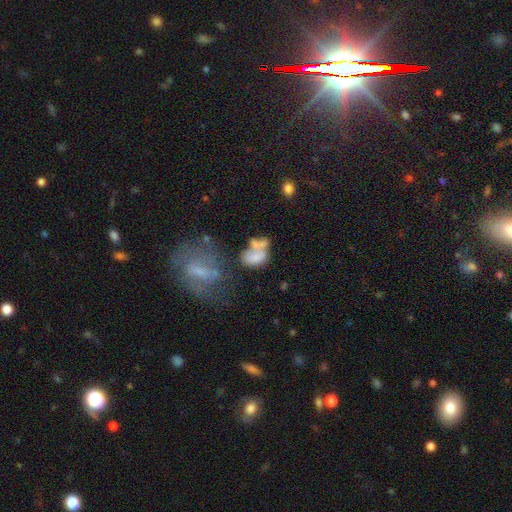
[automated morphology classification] A smooth galaxy with no disk features (57%) that is in between round and cigar-shaped (81%).

Vote fractions:
- Smooth or featured? smooth: 57% / featured or disk: 31% / star or artifact: 11%
- How rounded? in between: 81% / round: 17% / cigar-shaped: 2%
- Merging? merger: 47% / none: 21% / major disturbance: 18% / minor disturbance: 14%